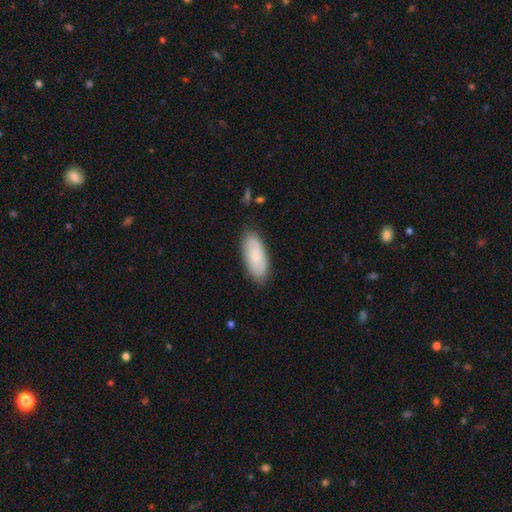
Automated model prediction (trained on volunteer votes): A smooth galaxy with no disk features (75%) that is in between round and cigar-shaped (86%). Merging: none (83%).